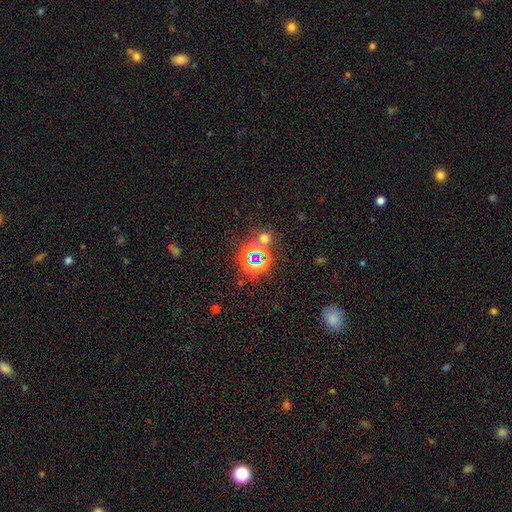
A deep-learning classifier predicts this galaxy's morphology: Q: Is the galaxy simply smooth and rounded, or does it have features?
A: star or artifact — 69%.